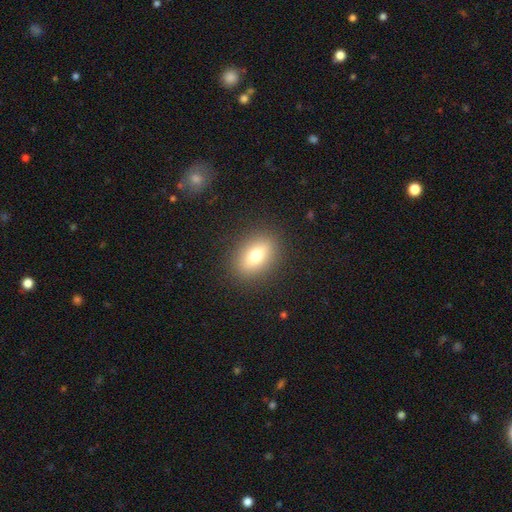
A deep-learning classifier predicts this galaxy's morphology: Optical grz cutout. It shows a smooth galaxy with no disk features (73%) that is in between round and cigar-shaped (76%). Merging: none (89%).